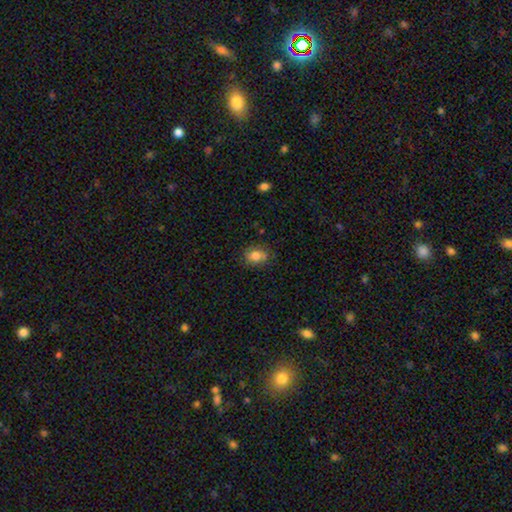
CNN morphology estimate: Smooth or featured? Predicted: smooth (p=0.80). How rounded? Predicted: in between (p=0.59). Merging? Predicted: none (p=0.74).